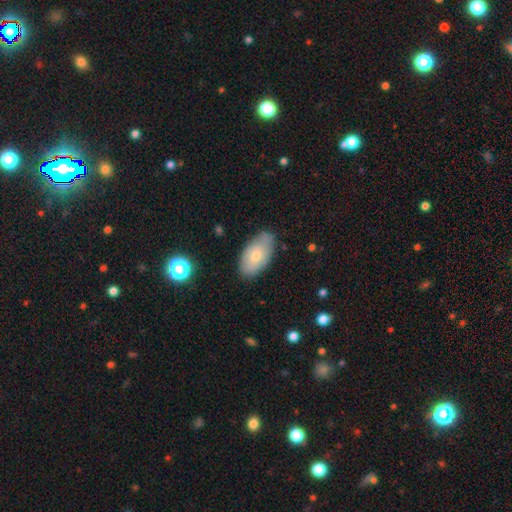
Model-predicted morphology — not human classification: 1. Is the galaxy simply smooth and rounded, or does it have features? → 65% smooth, 27% featured or disk, 7% star or artifact.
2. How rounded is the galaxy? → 94% in between, 4% round, 2% cigar-shaped.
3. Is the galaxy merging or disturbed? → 73% none, 21% minor disturbance, 4% major disturbance, 2% merger.